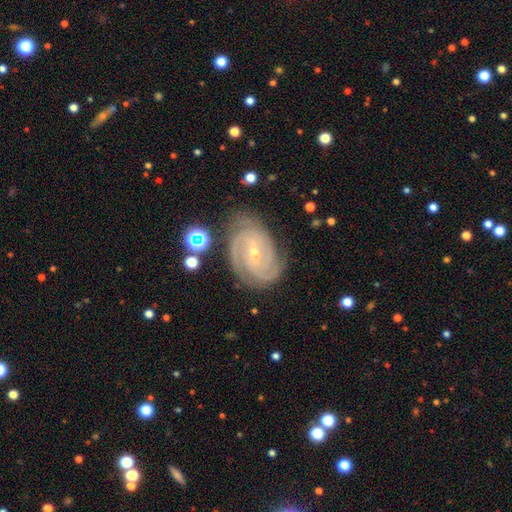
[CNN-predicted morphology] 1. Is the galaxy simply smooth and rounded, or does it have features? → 87% featured or disk, 7% smooth, 6% star or artifact.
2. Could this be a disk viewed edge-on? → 97% no, 3% yes.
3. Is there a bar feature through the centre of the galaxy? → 52% weak, 26% strong, 22% no.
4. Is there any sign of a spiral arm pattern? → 97% yes, 3% no.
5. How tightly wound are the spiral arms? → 70% tight, 26% medium, 4% loose.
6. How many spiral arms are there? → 31% 3, 27% 2, 19% can't tell, 14% 4, 5% more than 4, 5% 1.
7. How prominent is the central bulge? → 59% small, 38% moderate, 1% none, 1% large, 1% dominant.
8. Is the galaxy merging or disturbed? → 74% none, 18% minor disturbance, 5% major disturbance, 2% merger.